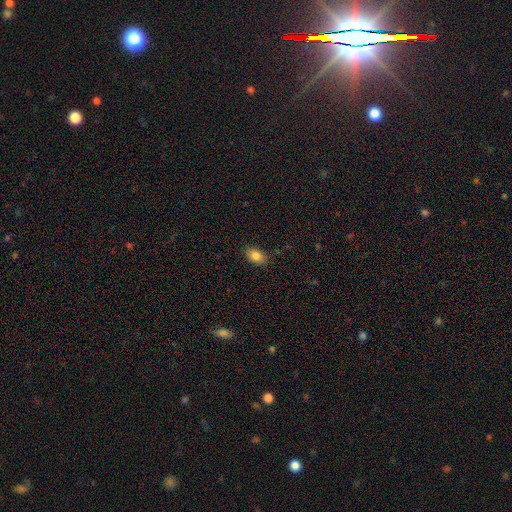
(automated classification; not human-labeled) Smooth or featured: smooth — 85% (star or artifact — 9%)
How rounded: in between — 85% (round — 13%)
Merging: none — 86% (minor disturbance — 11%)